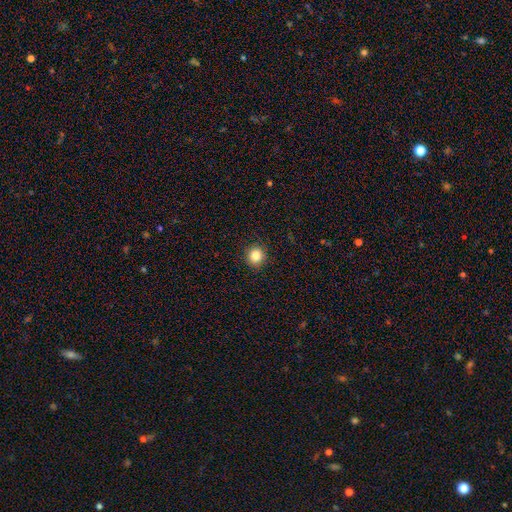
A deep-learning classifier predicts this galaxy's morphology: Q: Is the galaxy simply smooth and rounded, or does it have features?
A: smooth — 84%.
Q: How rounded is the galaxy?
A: round — 92%.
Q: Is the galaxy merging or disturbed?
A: none — 92%.